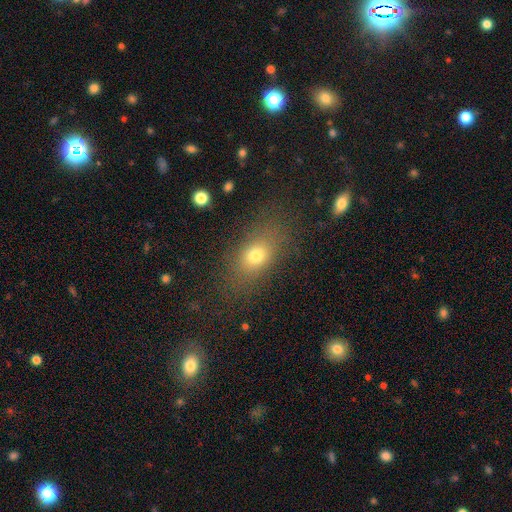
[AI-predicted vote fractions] Smooth or featured?
  - smooth: 72% *
  - star or artifact: 14%
  - featured or disk: 14%
How rounded?
  - in between: 72% *
  - round: 22%
  - cigar-shaped: 6%
Merging?
  - none: 78% *
  - minor disturbance: 13%
  - major disturbance: 7%
  - merger: 2%